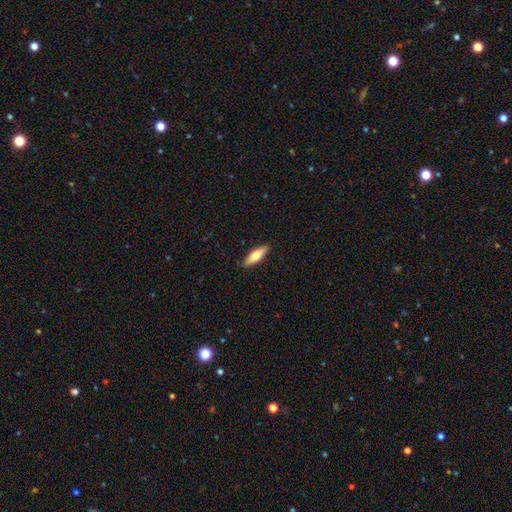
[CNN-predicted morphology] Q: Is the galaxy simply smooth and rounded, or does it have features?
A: smooth — 58%.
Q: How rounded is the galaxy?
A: cigar-shaped — 50%.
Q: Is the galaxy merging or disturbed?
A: none — 89%.